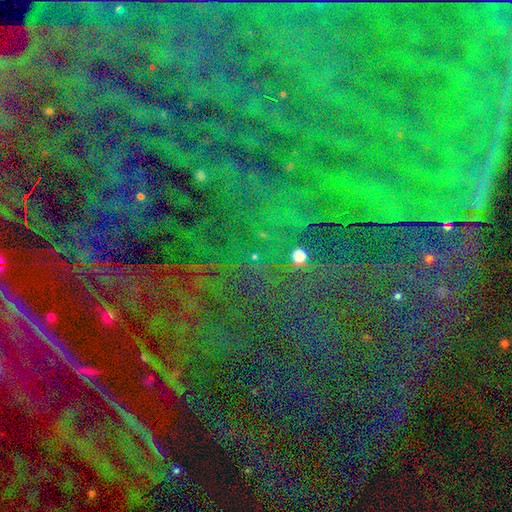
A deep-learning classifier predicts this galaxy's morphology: Smooth or featured: star or artifact — 85% (smooth — 8%)